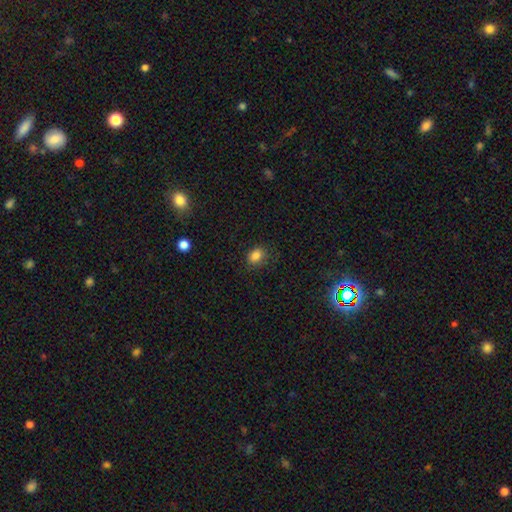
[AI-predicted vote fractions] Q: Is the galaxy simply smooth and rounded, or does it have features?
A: smooth — 83%.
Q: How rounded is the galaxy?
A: in between — 58%.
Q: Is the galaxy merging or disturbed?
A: none — 79%.